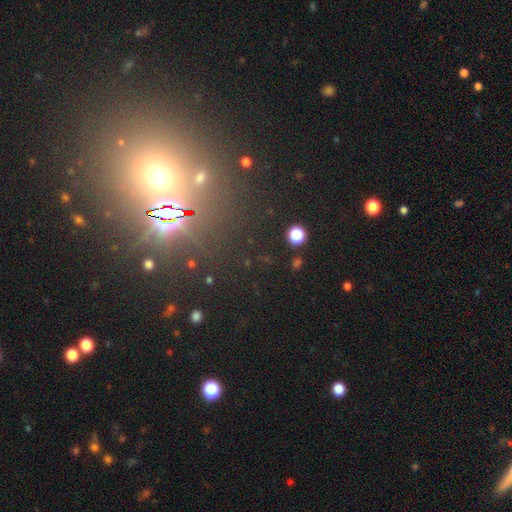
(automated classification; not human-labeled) star or artifact 60%, smooth 29%, featured or disk 11%.